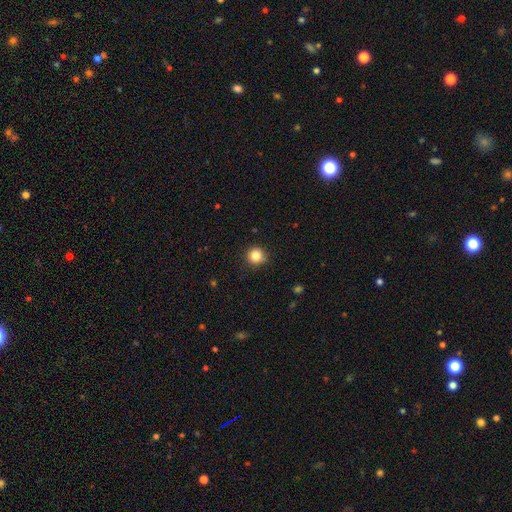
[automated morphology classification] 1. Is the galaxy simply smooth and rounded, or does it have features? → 83% smooth, 11% star or artifact, 5% featured or disk.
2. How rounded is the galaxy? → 94% round, 5% in between, 1% cigar-shaped.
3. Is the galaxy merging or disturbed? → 85% none, 11% minor disturbance, 2% major disturbance, 1% merger.